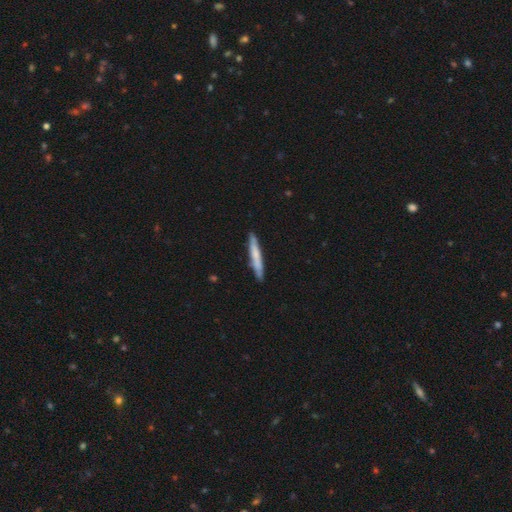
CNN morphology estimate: A smooth galaxy with no disk features (59%) that is cigar-shaped (95%). Merging: none (86%).